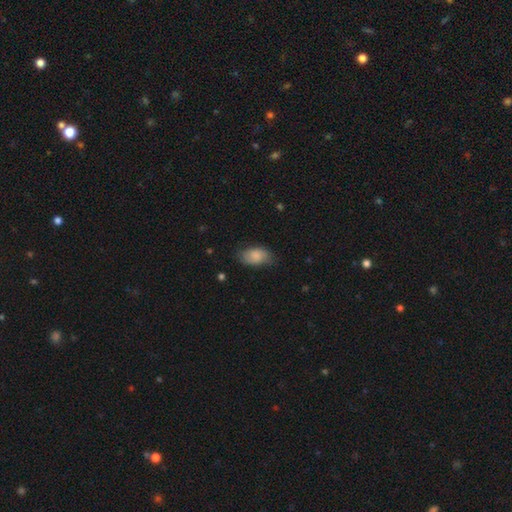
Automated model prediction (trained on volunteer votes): Smooth or featured? Predicted: smooth (p=0.78). How rounded? Predicted: in between (p=0.91). Merging? Predicted: none (p=0.69).